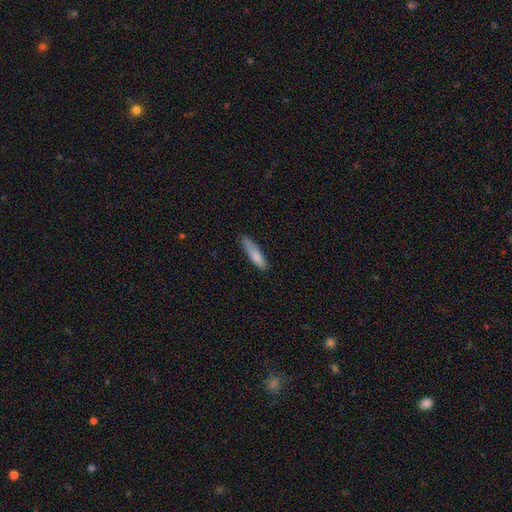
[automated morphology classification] Overall: smooth (82%). How rounded: cigar-shaped (73%). Merging: none (69%).